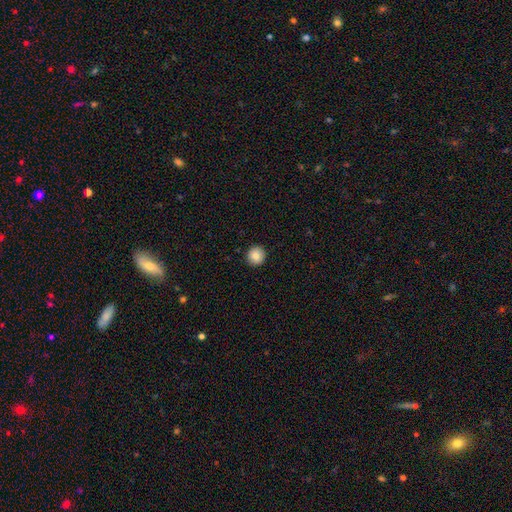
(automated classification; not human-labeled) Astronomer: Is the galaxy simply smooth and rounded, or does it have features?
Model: smooth — 86%.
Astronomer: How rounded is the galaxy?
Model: round — 93%.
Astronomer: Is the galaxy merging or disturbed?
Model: none — 92%.